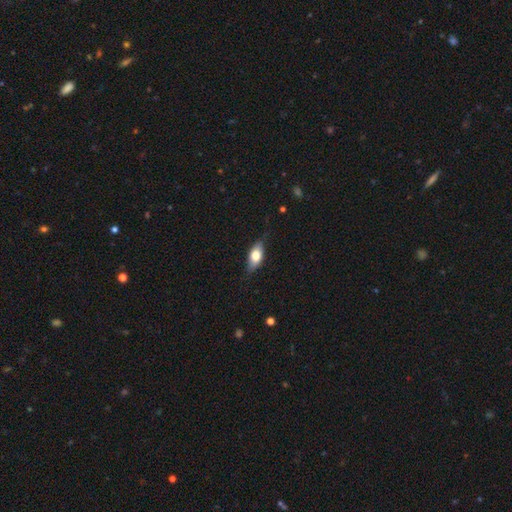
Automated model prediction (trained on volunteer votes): This is likely a smooth galaxy (66%). How rounded: clearly in between (83%). Merging: likely none (75%).